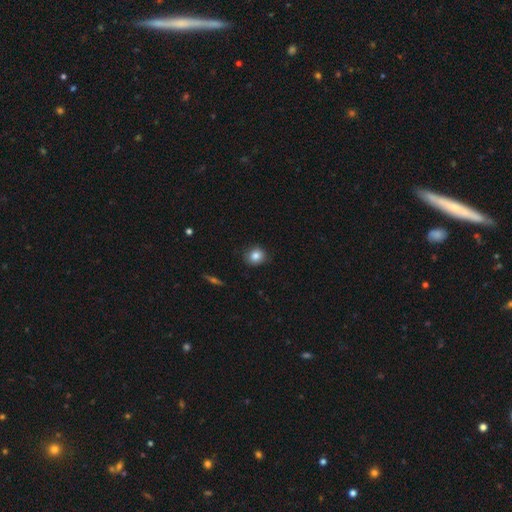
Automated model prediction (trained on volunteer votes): Smooth or featured?
  - smooth: 83% *
  - star or artifact: 10%
  - featured or disk: 7%
How rounded?
  - round: 82% *
  - in between: 17%
  - cigar-shaped: 1%
Merging?
  - none: 87% *
  - minor disturbance: 10%
  - major disturbance: 2%
  - merger: 1%